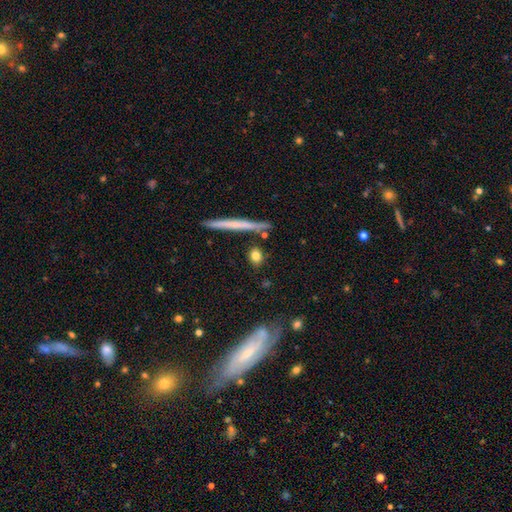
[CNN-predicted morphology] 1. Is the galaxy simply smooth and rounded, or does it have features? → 79% smooth, 12% featured or disk, 9% star or artifact.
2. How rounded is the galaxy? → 51% round, 33% in between, 16% cigar-shaped.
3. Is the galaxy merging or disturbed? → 80% none, 10% minor disturbance, 7% merger, 3% major disturbance.